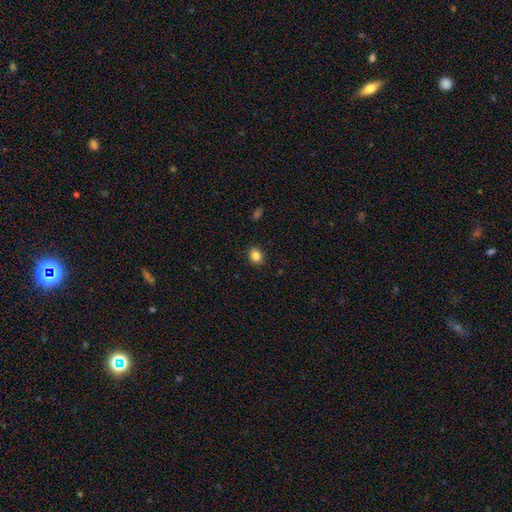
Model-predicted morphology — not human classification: Smooth or featured: smooth — 85% (star or artifact — 10%)
How rounded: round — 58% (in between — 41%)
Merging: none — 90% (minor disturbance — 7%)